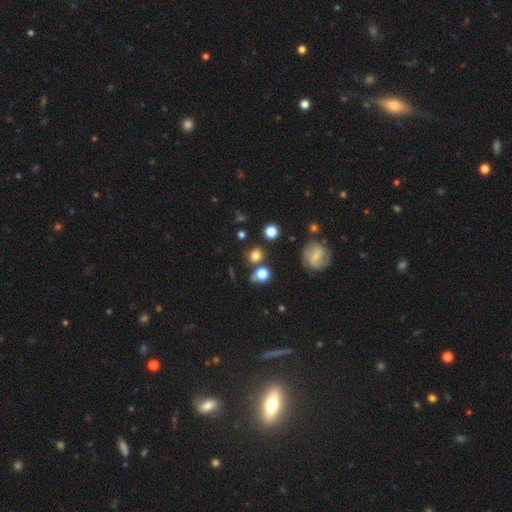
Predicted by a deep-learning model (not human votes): Smooth or featured? Predicted: smooth (p=0.73). How rounded? Predicted: round (p=0.88). Merging? Predicted: none (p=0.75).